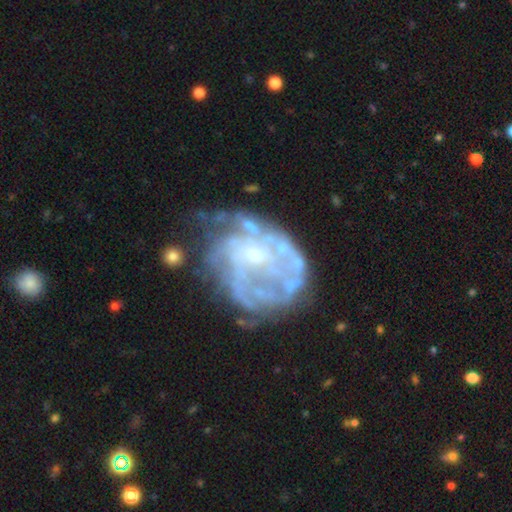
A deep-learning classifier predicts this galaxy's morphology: Overall: featured or disk (80%). Edge-on disk: no (98%). Bar: no (78%). Spiral arms: yes (63%; no 37%). Bulge size: small (69%). Merging: none (43%; major disturbance 28%).